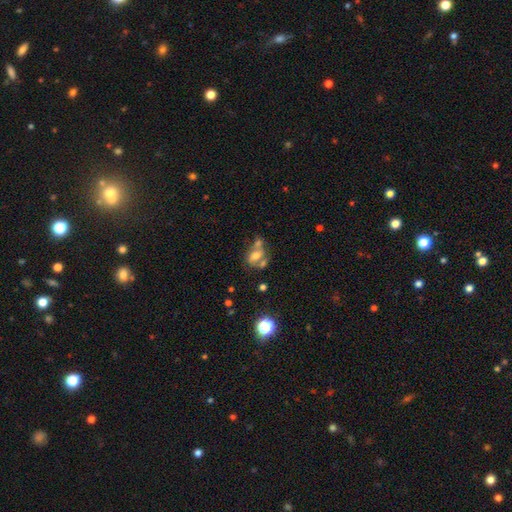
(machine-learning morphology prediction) featured or disk 43% (tied), smooth 43% (tied), star or artifact 13%. Down the decision tree: merging — merger (42%).